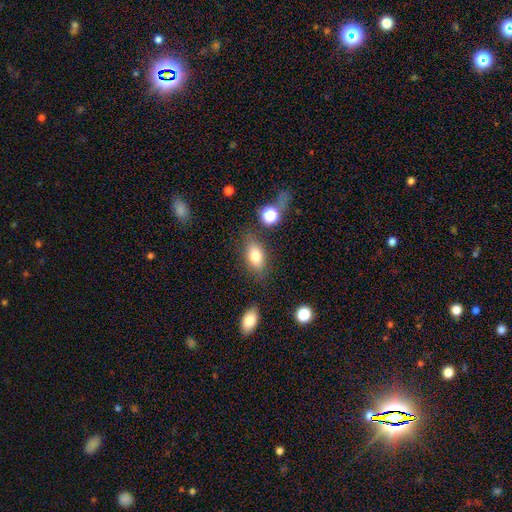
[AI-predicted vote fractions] smooth-or-featured: smooth: 74% | featured or disk: 16% | star or artifact: 9%
  how-rounded: in between: 83% | cigar-shaped: 9% | round: 8%
  merging: none: 75% | minor disturbance: 15% | merger: 5% | major disturbance: 5%